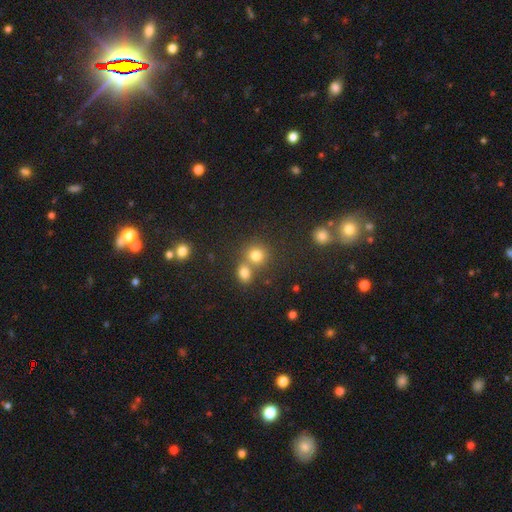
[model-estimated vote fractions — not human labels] Smooth or featured? smooth (78%)
How rounded? round (83%)
Merging? none (52%)